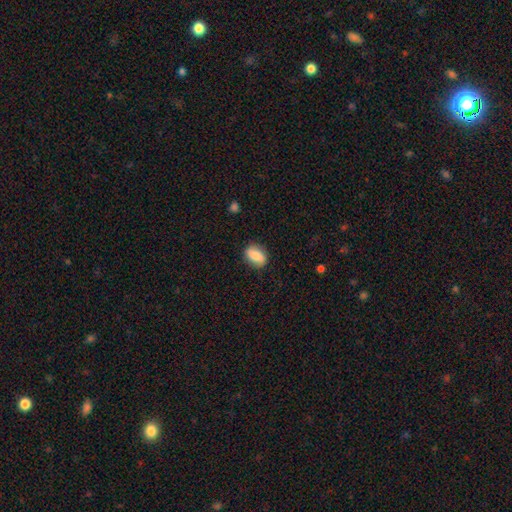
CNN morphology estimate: A smooth galaxy with no disk features (65%) that is in between round and cigar-shaped (76%).

Vote fractions:
- Smooth or featured? smooth: 65% / featured or disk: 27% / star or artifact: 8%
- How rounded? in between: 76% / round: 20% / cigar-shaped: 4%
- Merging? none: 82% / minor disturbance: 13% / major disturbance: 3% / merger: 1%